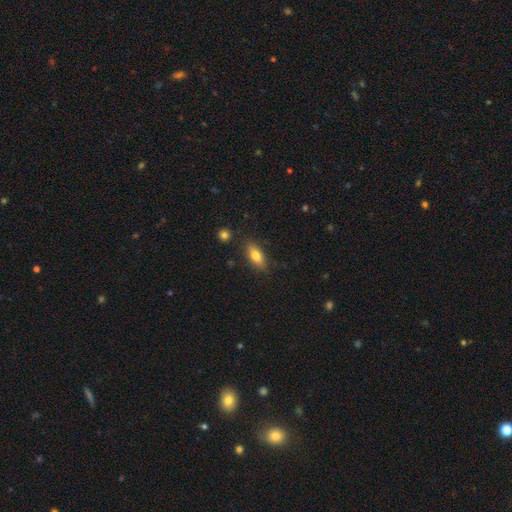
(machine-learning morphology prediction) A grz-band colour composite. It shows a smooth galaxy with no disk features (71%) that is in between round and cigar-shaped (75%). Merging: none (83%).